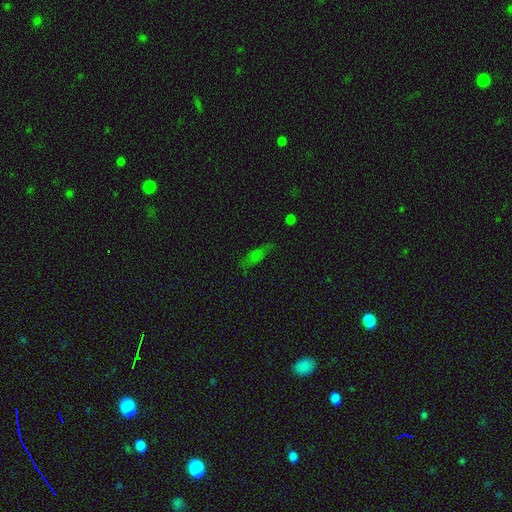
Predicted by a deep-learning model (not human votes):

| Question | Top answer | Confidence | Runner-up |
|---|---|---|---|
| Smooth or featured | smooth | 64% | star or artifact (18%) |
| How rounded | in between | 56% | cigar-shaped (39%) |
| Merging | none | 64% | minor disturbance (26%) |